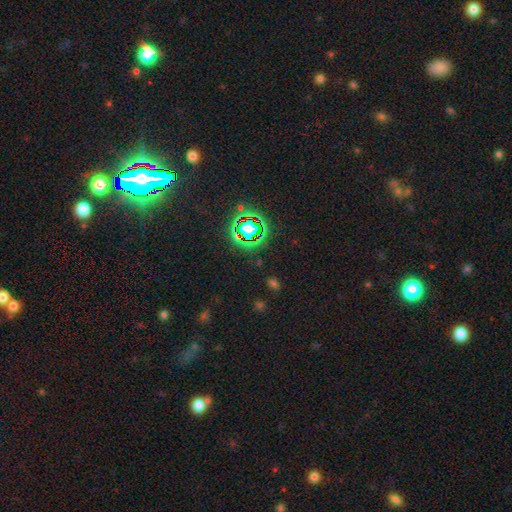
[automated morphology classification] A star or artifact, not a galaxy (79%).